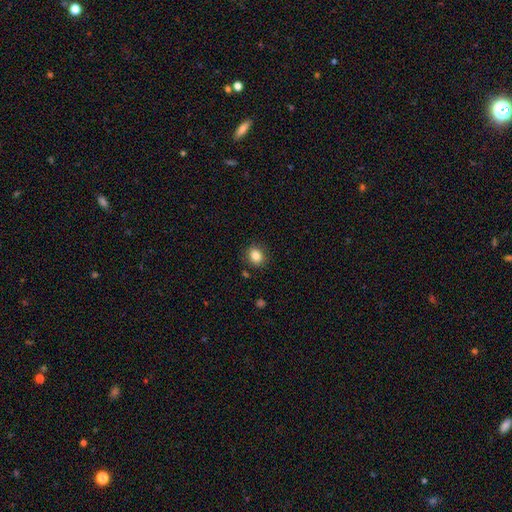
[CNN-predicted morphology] type=smooth (85%); roundness=round (64%); merging=none (86%).